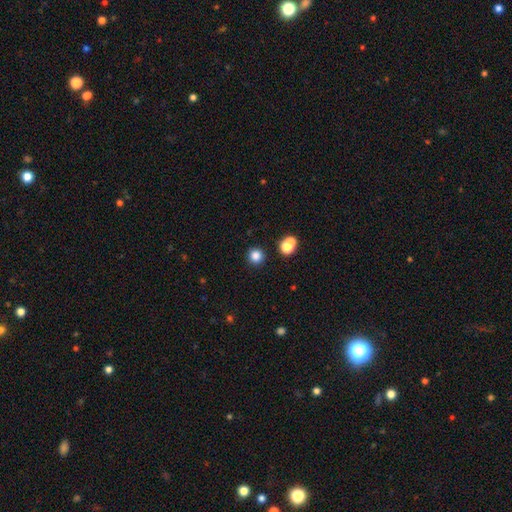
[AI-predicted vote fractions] Smooth or featured?
  - smooth: 82% *
  - star or artifact: 13%
  - featured or disk: 5%
How rounded?
  - round: 94% *
  - in between: 5%
  - cigar-shaped: 1%
Merging?
  - none: 87% *
  - merger: 6%
  - minor disturbance: 5%
  - major disturbance: 2%